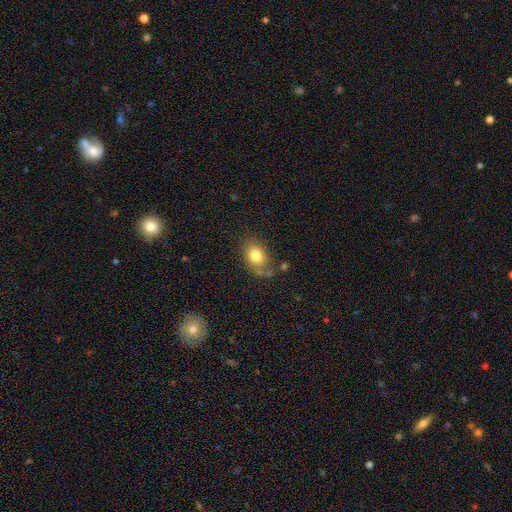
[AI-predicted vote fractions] smooth_or_featured: smooth (p=0.80) [alt: featured or disk p=0.10]
how_rounded: in between (p=0.69) [alt: round p=0.30]
merging: none (p=0.69) [alt: minor disturbance p=0.18]